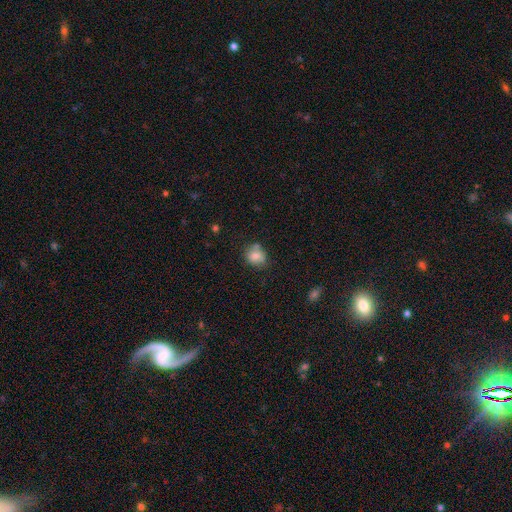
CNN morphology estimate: smooth 80%, featured or disk 10%, star or artifact 10%. Down the decision tree: how rounded — round (68%); merging — none (63%).